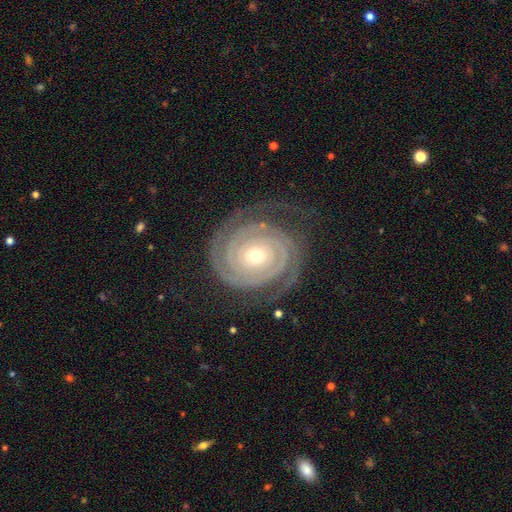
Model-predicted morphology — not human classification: featured or disk 92%, star or artifact 4%, smooth 3%. Down the decision tree: edge-on disk — no (97%); bar — no (75%); spiral arms — yes (98%); spiral arm count — 2 (75%); spiral winding — tight (88%); bulge size — small (56%); merging — none (78%).